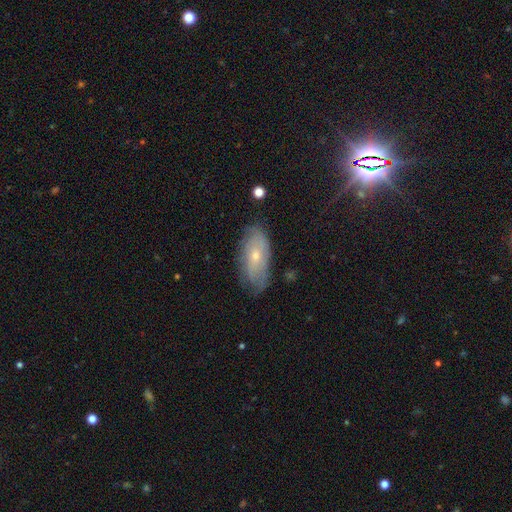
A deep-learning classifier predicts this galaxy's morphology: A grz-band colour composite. It shows a featured or disk galaxy (52%). Merging: none (70%).